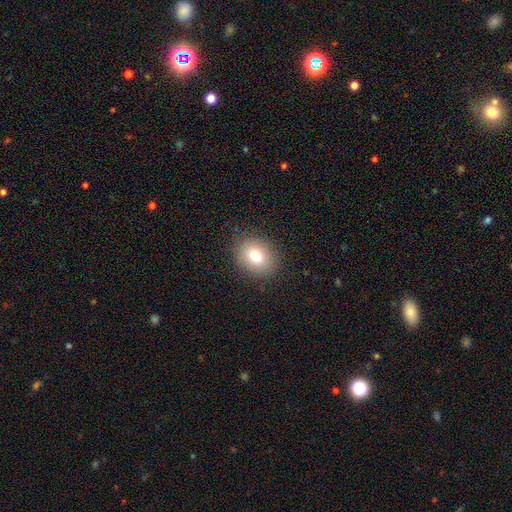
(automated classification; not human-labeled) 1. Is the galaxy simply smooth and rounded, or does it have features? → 79% smooth, 10% star or artifact, 10% featured or disk.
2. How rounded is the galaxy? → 50% round, 49% in between, 1% cigar-shaped.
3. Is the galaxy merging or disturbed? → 87% none, 9% minor disturbance, 3% major disturbance, 1% merger.